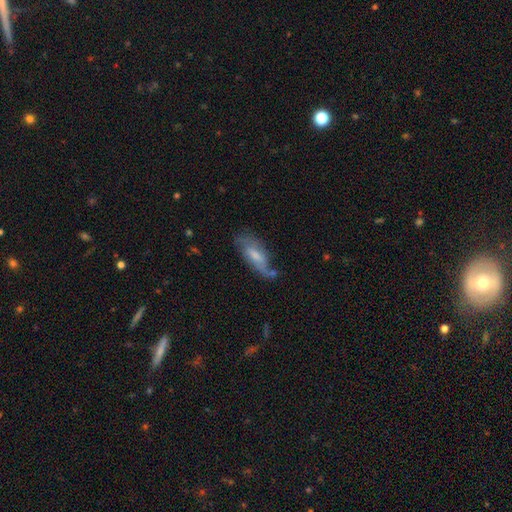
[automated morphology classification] type=featured or disk (50%); edge-on=no (79%); merging=none (49%).